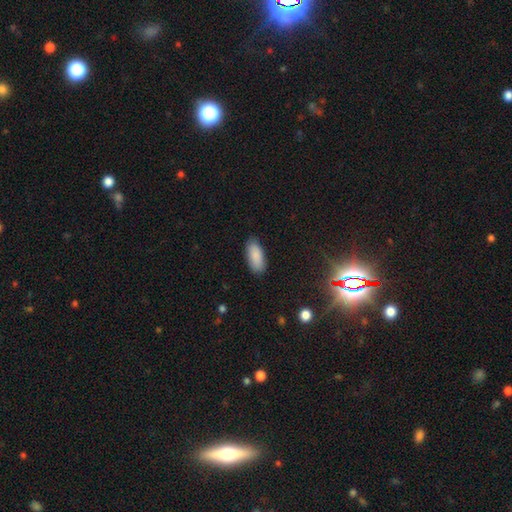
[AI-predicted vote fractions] A smooth galaxy with no disk features (88%) that is in between round and cigar-shaped (87%). Merging: none (85%).